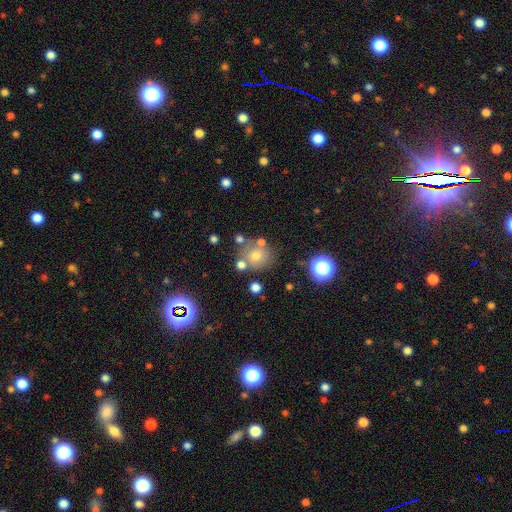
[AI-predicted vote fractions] smooth 65%, featured or disk 18%, star or artifact 17%. Down the decision tree: how rounded — round (86%); merging — none (66%).